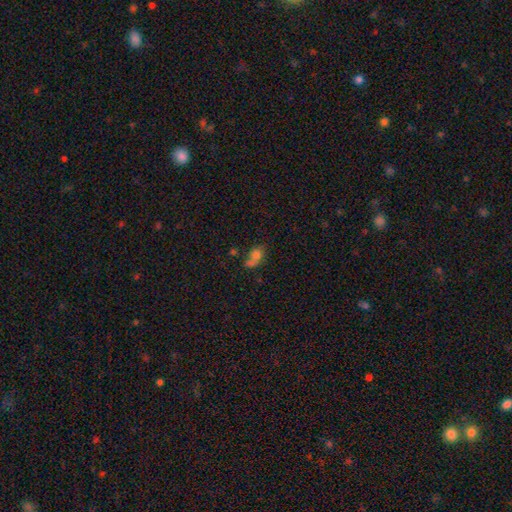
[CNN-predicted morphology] Smooth or featured? smooth (68%)
How rounded? in between (69%)
Merging? merger (43%)